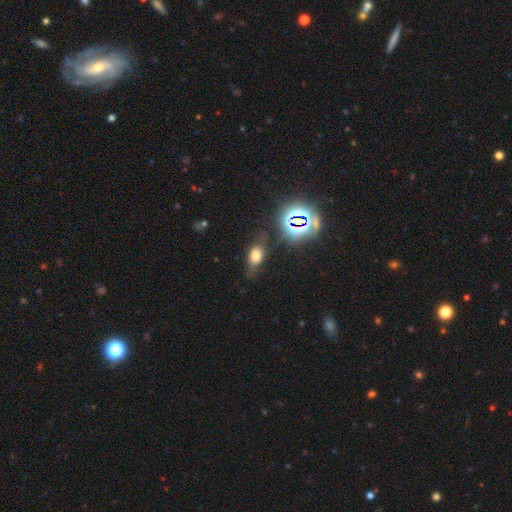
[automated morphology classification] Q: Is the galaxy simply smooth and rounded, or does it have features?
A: smooth — 60%.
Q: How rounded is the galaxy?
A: in between — 82%.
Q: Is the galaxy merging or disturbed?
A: none — 63%.